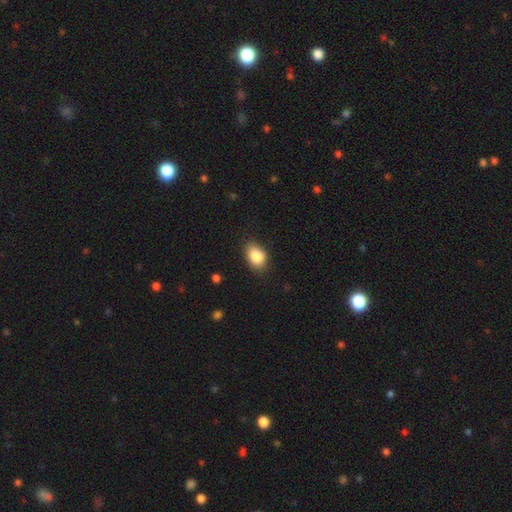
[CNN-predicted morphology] The model was most divided on "merging": none: 81%, minor disturbance: 15%, major disturbance: 3%, merger: 1%. More confident: smooth or featured — smooth (87%); how rounded — in between (83%).